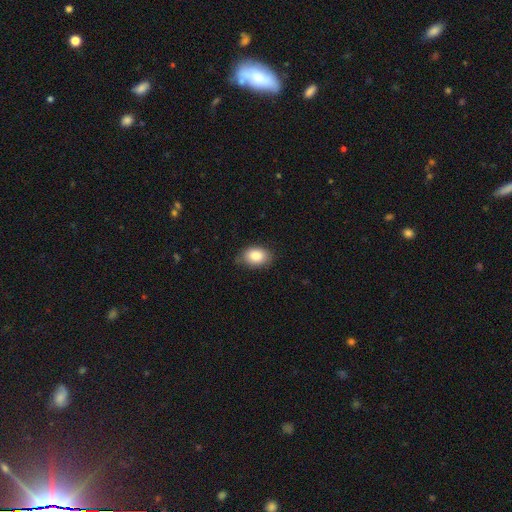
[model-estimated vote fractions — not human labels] smooth-or-featured: smooth: 86% | star or artifact: 8% | featured or disk: 7%
  how-rounded: in between: 83% | round: 16% | cigar-shaped: 1%
  merging: none: 77% | minor disturbance: 19% | major disturbance: 3% | merger: 1%